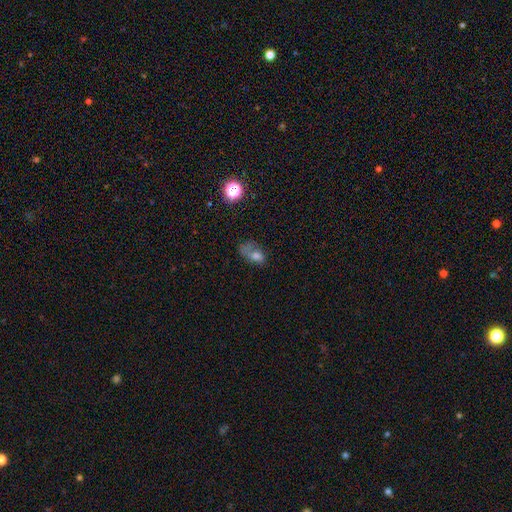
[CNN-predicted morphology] Smooth or featured? smooth (61%)
How rounded? in between (78%)
Merging? major disturbance (37%)